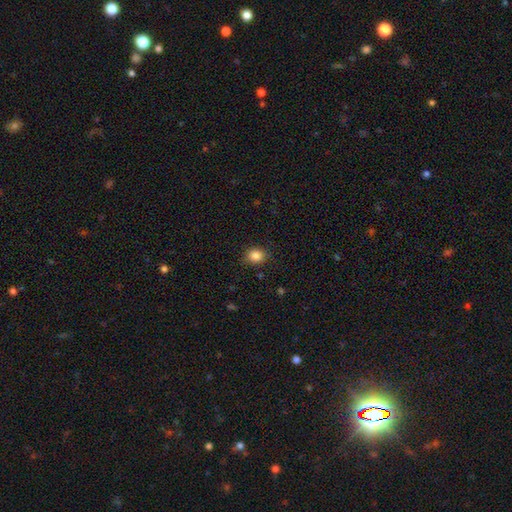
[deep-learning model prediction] smooth_or_featured: smooth (p=0.85) [alt: star or artifact p=0.10]
how_rounded: round (p=0.61) [alt: in between p=0.38]
merging: none (p=0.85) [alt: minor disturbance p=0.11]